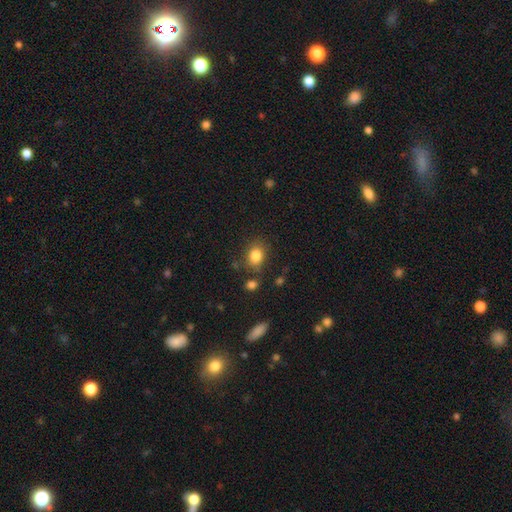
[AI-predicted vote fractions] Smooth or featured?
  - smooth: 83% *
  - star or artifact: 11%
  - featured or disk: 6%
How rounded?
  - in between: 50% *
  - round: 49%
  - cigar-shaped: 1%
Merging?
  - none: 75% *
  - minor disturbance: 15%
  - merger: 6%
  - major disturbance: 5%